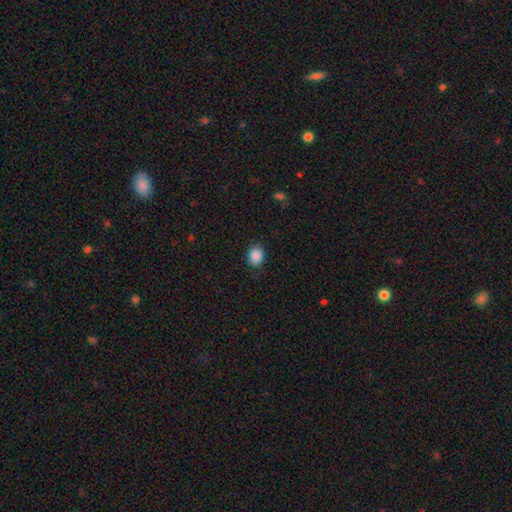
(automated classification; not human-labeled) Smooth or featured? Predicted: smooth (p=0.88). How rounded? Predicted: round (p=0.57). Merging? Predicted: none (p=0.86).